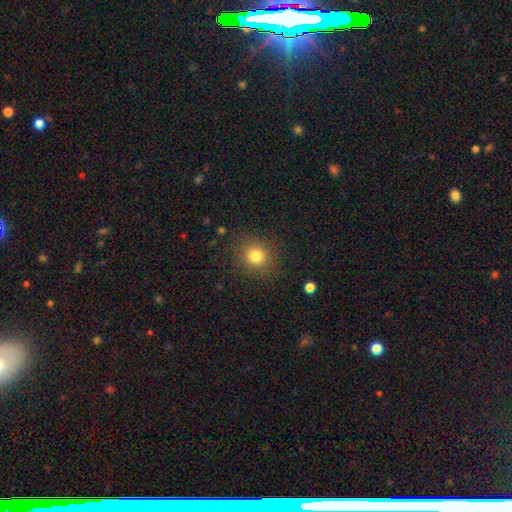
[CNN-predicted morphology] Smooth or featured: smooth — 80% (star or artifact — 13%)
How rounded: round — 85% (in between — 14%)
Merging: none — 87% (minor disturbance — 9%)